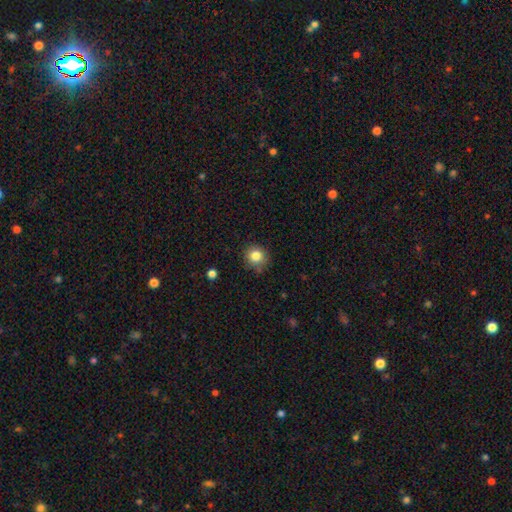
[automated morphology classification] Overall: smooth (83%). How rounded: round (90%). Merging: none (84%).